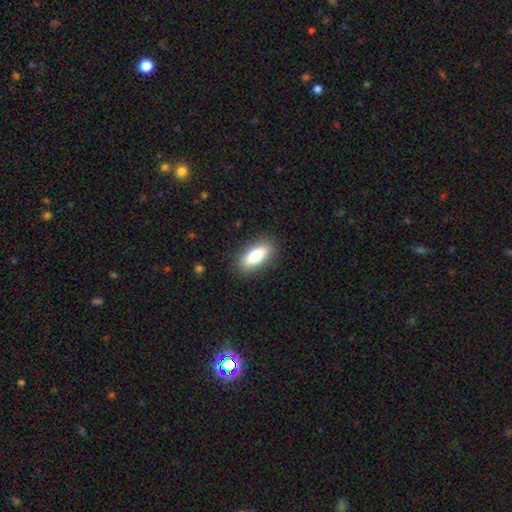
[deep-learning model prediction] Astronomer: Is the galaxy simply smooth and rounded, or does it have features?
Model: smooth — 75%.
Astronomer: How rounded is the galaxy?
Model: in between — 76%.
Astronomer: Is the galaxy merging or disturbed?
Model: none — 87%.